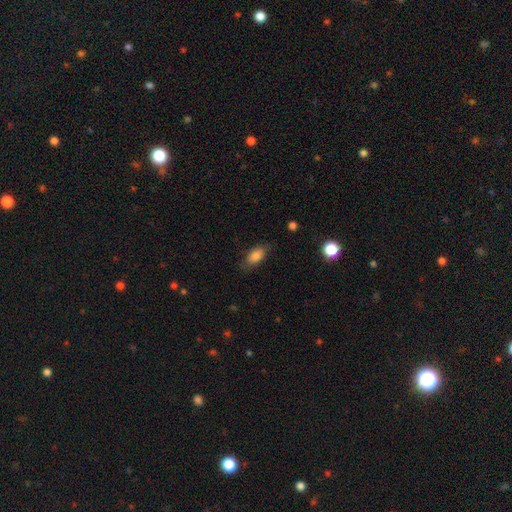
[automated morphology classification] type=smooth (83%); roundness=in between (89%); merging=none (74%).